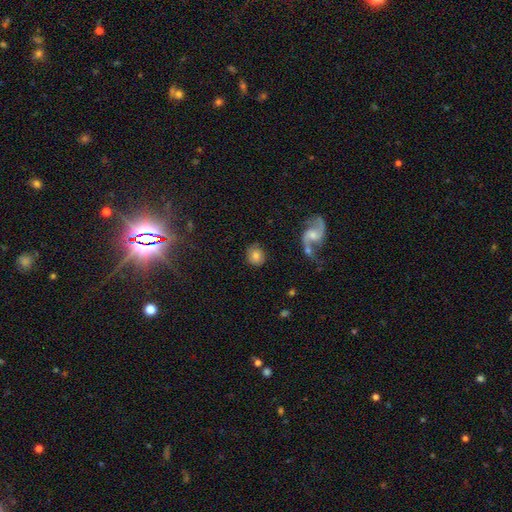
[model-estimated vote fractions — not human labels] A smooth galaxy with no disk features (68%) that is round (75%).

Vote fractions:
- Smooth or featured? smooth: 68% / featured or disk: 23% / star or artifact: 9%
- How rounded? round: 75% / in between: 23% / cigar-shaped: 1%
- Merging? none: 79% / minor disturbance: 11% / major disturbance: 5% / merger: 5%